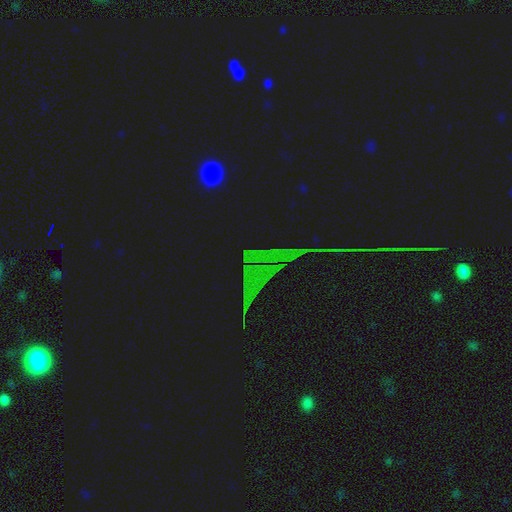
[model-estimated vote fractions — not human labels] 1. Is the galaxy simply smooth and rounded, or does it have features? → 79% star or artifact, 12% smooth, 8% featured or disk.